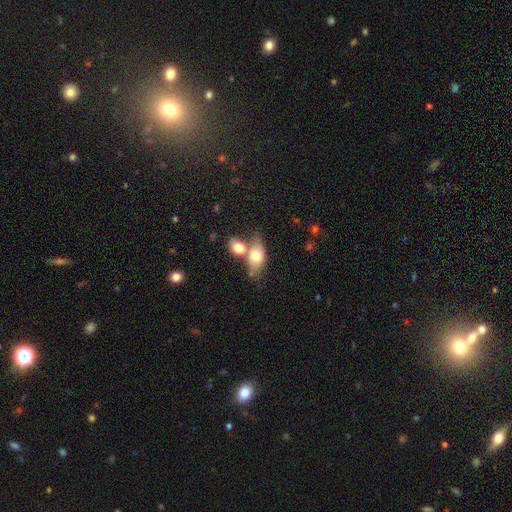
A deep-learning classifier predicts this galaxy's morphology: smooth 72%, featured or disk 21%, star or artifact 7%. Down the decision tree: how rounded — in between (79%); merging — merger (50%).